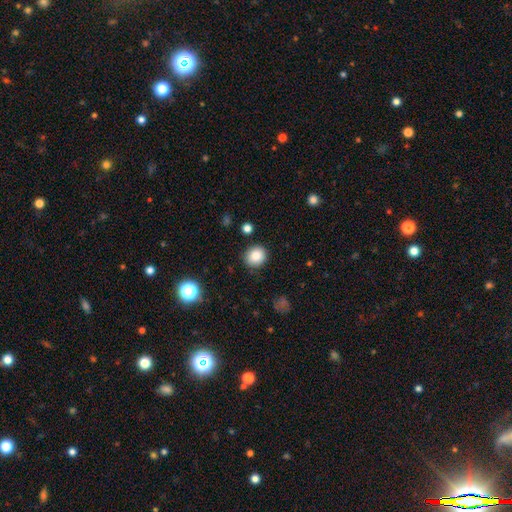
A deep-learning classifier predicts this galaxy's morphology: Smooth or featured? smooth (83%)
How rounded? round (83%)
Merging? none (88%)